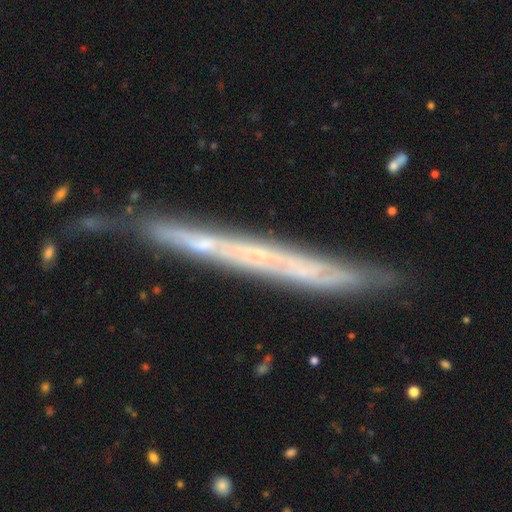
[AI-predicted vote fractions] The model was most divided on "smooth or featured": featured or disk: 65%, smooth: 25%, star or artifact: 10%. More confident: edge-on bulge — none (91%); edge-on disk — yes (88%); merging — none (78%).